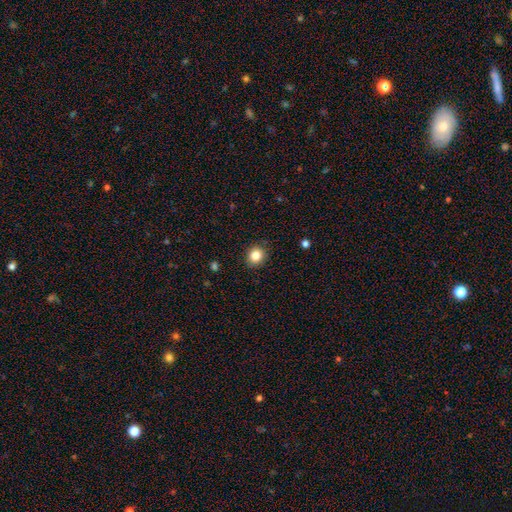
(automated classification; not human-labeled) Smooth or featured?
  - smooth: 85% *
  - star or artifact: 10%
  - featured or disk: 5%
How rounded?
  - round: 77% *
  - in between: 23%
  - cigar-shaped: 1%
Merging?
  - none: 88% *
  - minor disturbance: 9%
  - major disturbance: 2%
  - merger: 1%